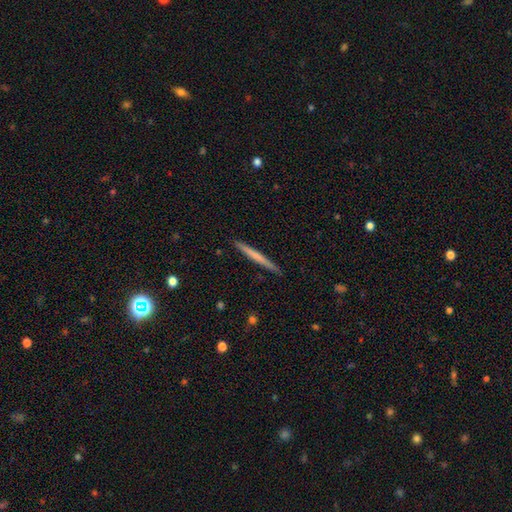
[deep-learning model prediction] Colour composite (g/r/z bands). It shows a smooth galaxy with no disk features (56%) that is cigar-shaped (97%). Merging: none (91%).